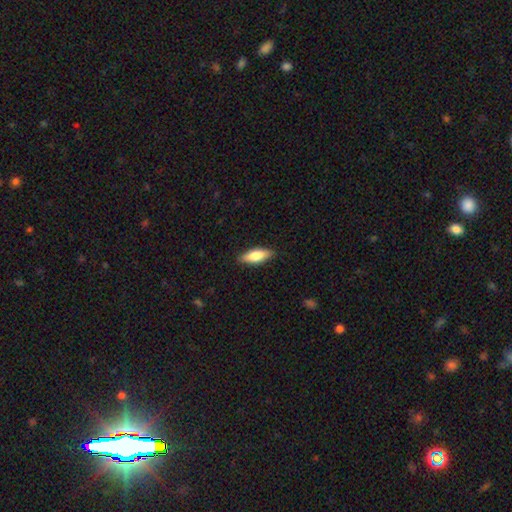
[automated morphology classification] Q: Smooth or featured?
A: smooth (74%); runner-up: featured or disk (20%)
Q: How rounded?
A: in between (64%); runner-up: cigar-shaped (34%)
Q: Merging?
A: none (88%); runner-up: minor disturbance (9%)